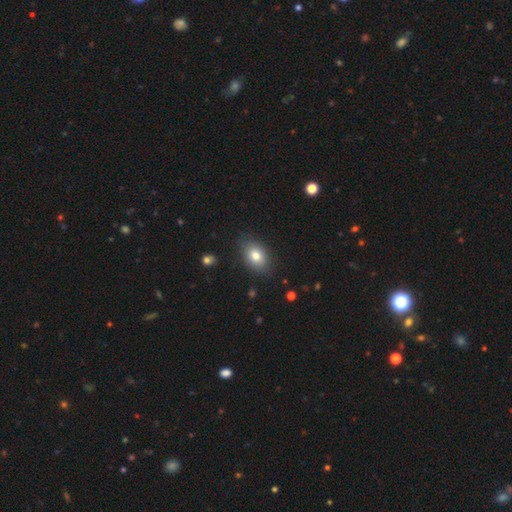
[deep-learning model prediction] Overall: smooth (80%). How rounded: in between (81%). Merging: none (84%).